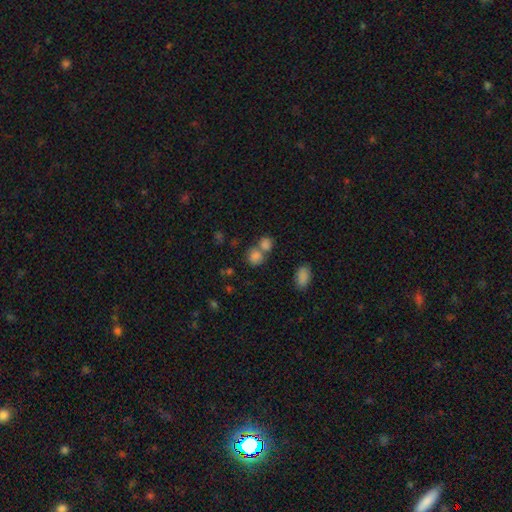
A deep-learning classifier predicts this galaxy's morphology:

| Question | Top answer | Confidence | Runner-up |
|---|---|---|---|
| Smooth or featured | smooth | 80% | star or artifact (12%) |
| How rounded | round | 69% | in between (30%) |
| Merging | merger | 45% | none (41%) |